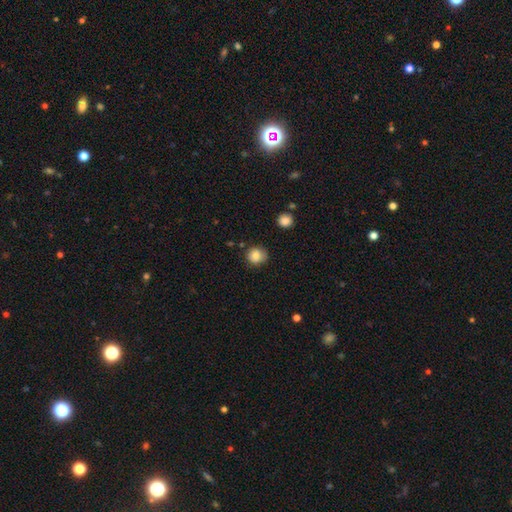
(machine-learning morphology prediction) smooth 85%, star or artifact 10%, featured or disk 6%. Down the decision tree: how rounded — round (85%); merging — none (78%).